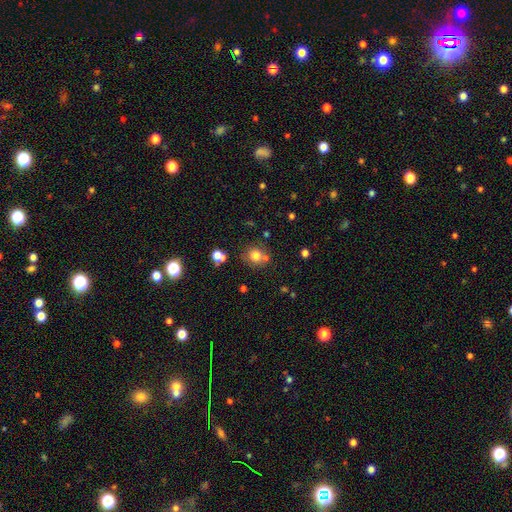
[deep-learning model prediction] smooth 75%, star or artifact 15%, featured or disk 9%. Down the decision tree: how rounded — round (86%); merging — none (71%).